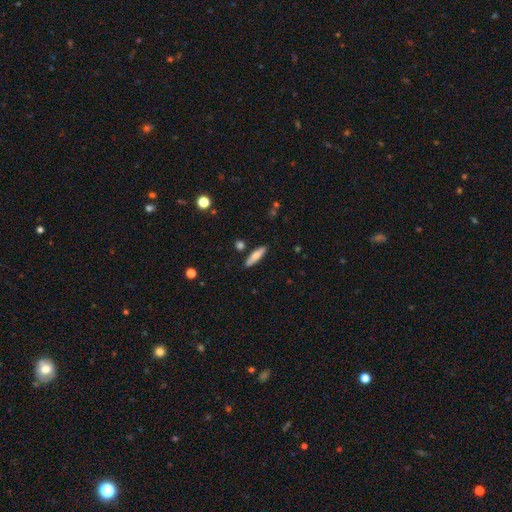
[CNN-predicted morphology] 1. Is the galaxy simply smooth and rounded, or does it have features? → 73% smooth, 20% featured or disk, 7% star or artifact.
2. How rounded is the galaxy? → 68% cigar-shaped, 30% in between, 2% round.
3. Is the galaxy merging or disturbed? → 85% none, 10% minor disturbance, 3% merger, 2% major disturbance.